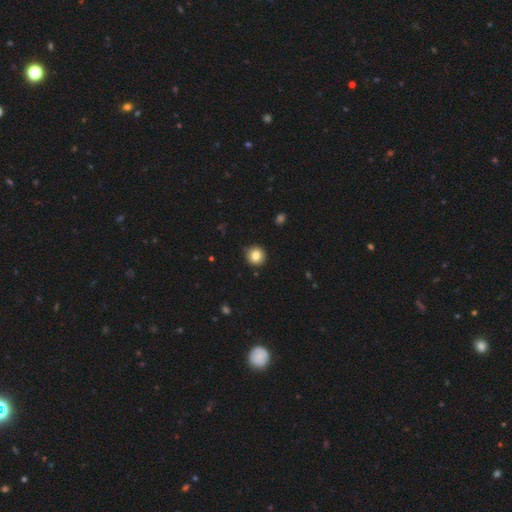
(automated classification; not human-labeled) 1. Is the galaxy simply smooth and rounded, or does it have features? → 81% smooth, 10% star or artifact, 9% featured or disk.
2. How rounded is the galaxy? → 93% round, 6% in between, 1% cigar-shaped.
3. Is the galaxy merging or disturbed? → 86% none, 10% minor disturbance, 2% major disturbance, 1% merger.